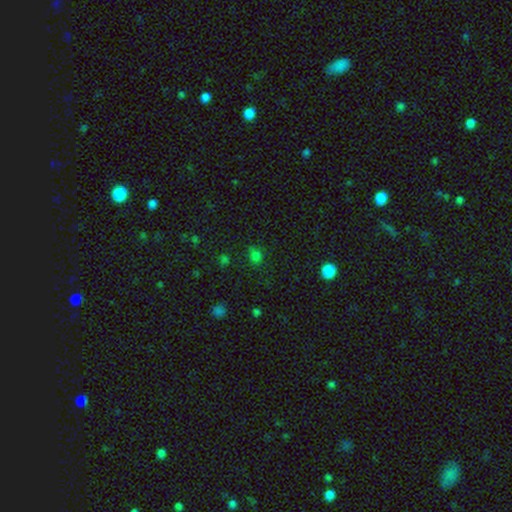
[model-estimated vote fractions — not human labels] This appears to be a smooth galaxy with no disk features (67%) that is round (73%). Merging: none (73%).